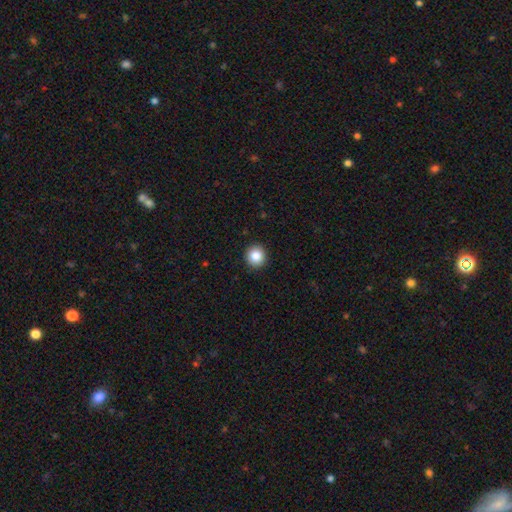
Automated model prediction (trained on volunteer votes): Morphology: type=smooth (85%); roundness=round (93%); merging=none (92%).